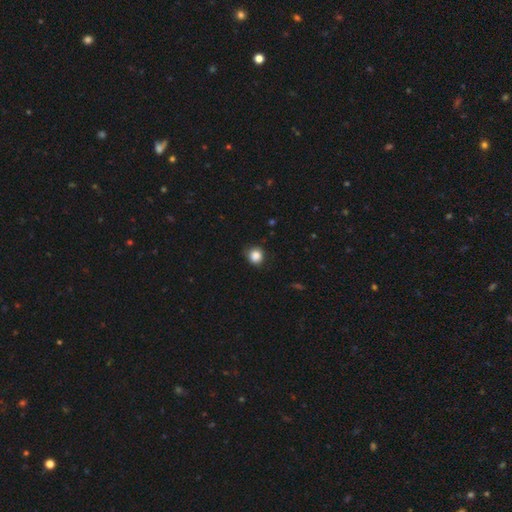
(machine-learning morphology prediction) Smooth or featured? Predicted: smooth (p=0.86). How rounded? Predicted: round (p=0.87). Merging? Predicted: none (p=0.80).